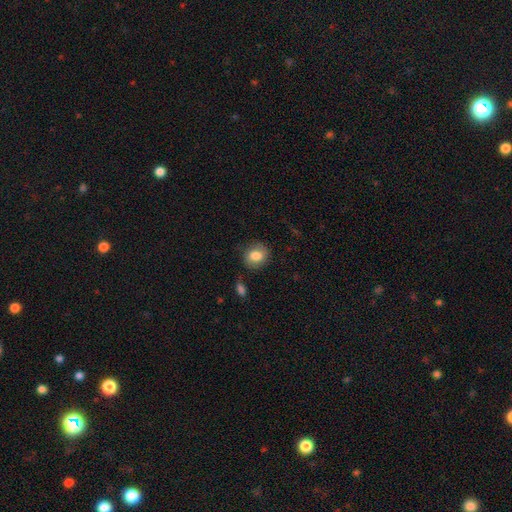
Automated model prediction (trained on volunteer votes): This appears to be a smooth galaxy with no disk features (80%) that is round (61%). Merging: none (78%).